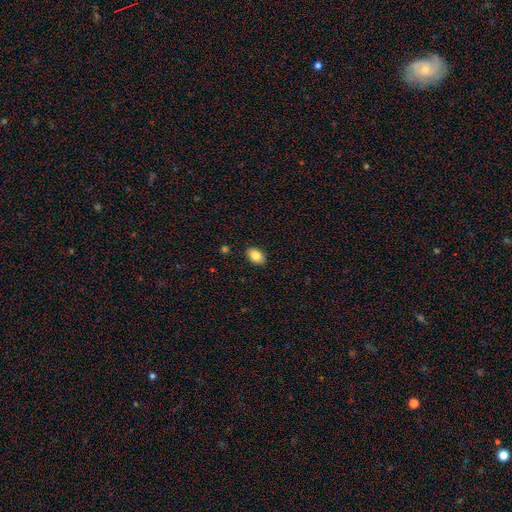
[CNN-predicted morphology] Q: Smooth or featured?
A: smooth (84%); runner-up: star or artifact (8%)
Q: How rounded?
A: in between (83%); runner-up: round (16%)
Q: Merging?
A: none (88%); runner-up: minor disturbance (9%)